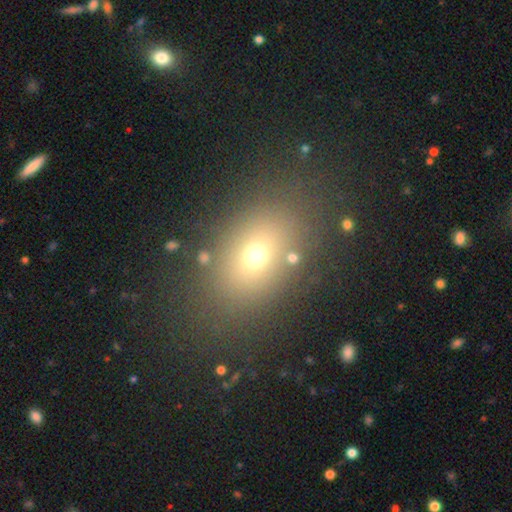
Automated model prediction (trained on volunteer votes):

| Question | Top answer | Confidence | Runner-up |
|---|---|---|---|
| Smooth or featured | smooth | 67% | star or artifact (19%) |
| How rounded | in between | 68% | round (30%) |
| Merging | none | 80% | minor disturbance (10%) |